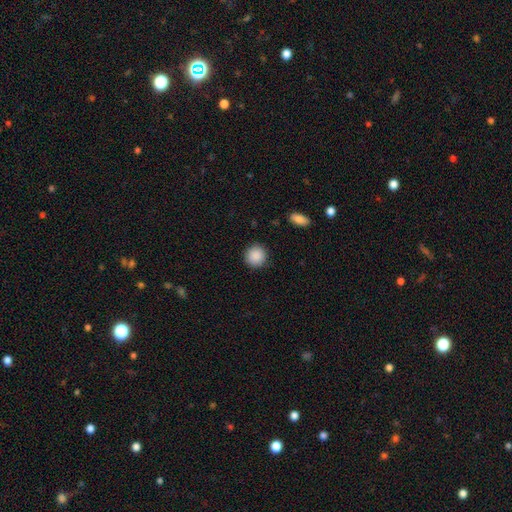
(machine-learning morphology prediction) A smooth galaxy with no disk features (89%) that is round (92%).

Vote fractions:
- Smooth or featured? smooth: 89% / star or artifact: 8% / featured or disk: 3%
- How rounded? round: 92% / in between: 7% / cigar-shaped: 1%
- Merging? none: 90% / minor disturbance: 7% / major disturbance: 2% / merger: 1%